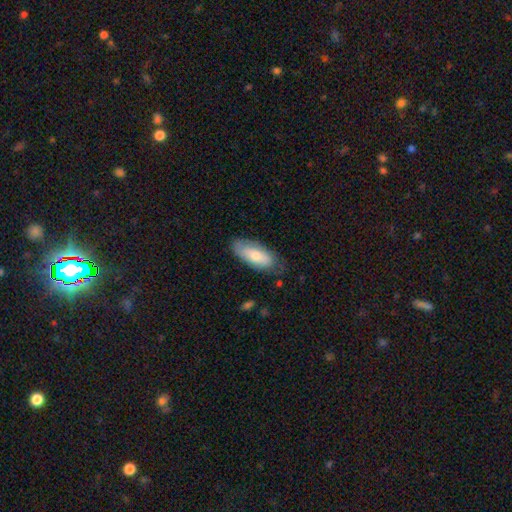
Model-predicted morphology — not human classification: Smooth or featured?
  - smooth: 72% *
  - featured or disk: 22%
  - star or artifact: 6%
How rounded?
  - in between: 83% *
  - cigar-shaped: 15%
  - round: 2%
Merging?
  - none: 70% *
  - minor disturbance: 23%
  - major disturbance: 6%
  - merger: 1%